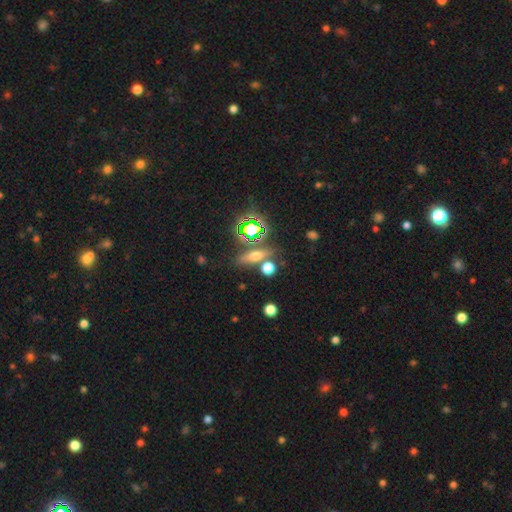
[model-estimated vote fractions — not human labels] Smooth or featured: smooth — 51% (star or artifact — 29%)
How rounded: in between — 43% (cigar-shaped — 38%)
Merging: none — 73% (merger — 12%)